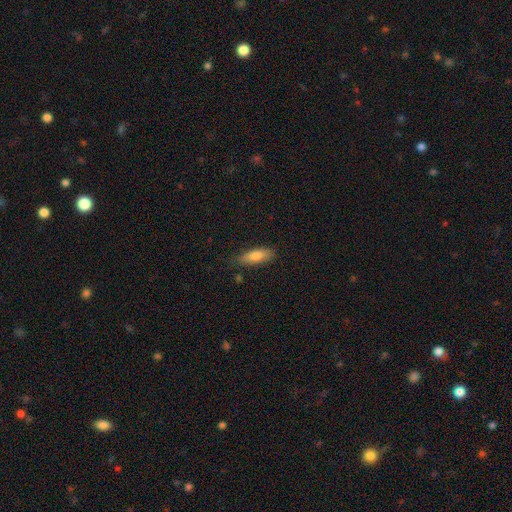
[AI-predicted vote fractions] Smooth or featured: smooth — 77% (featured or disk — 16%)
How rounded: in between — 56% (cigar-shaped — 41%)
Merging: none — 80% (minor disturbance — 16%)